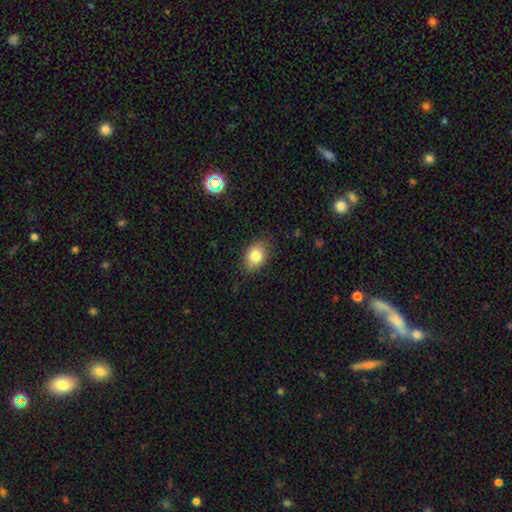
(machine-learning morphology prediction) Smooth or featured? smooth (82%)
How rounded? in between (74%)
Merging? none (80%)